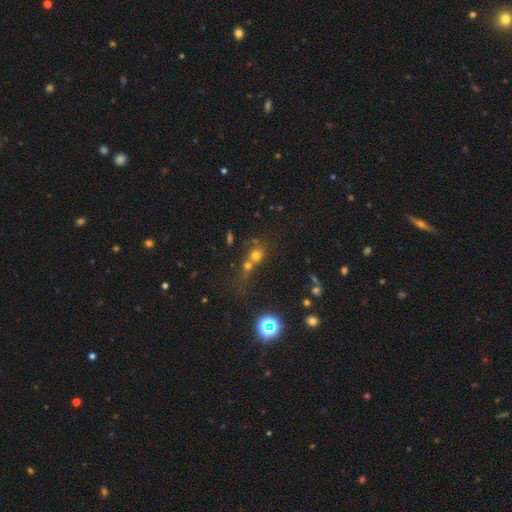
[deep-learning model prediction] A smooth galaxy with no disk features (61%) that is round (76%). Merging: merger (52%).